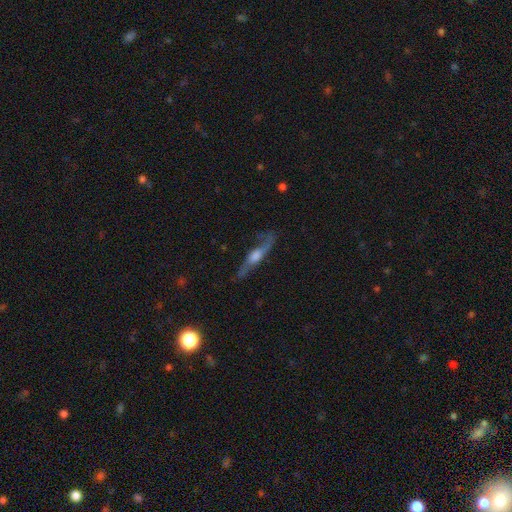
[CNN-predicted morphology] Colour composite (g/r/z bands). It shows a featured or disk galaxy (71%) viewed edge-on (73%) with a rounded central bulge (80%). Merging: none (71%).